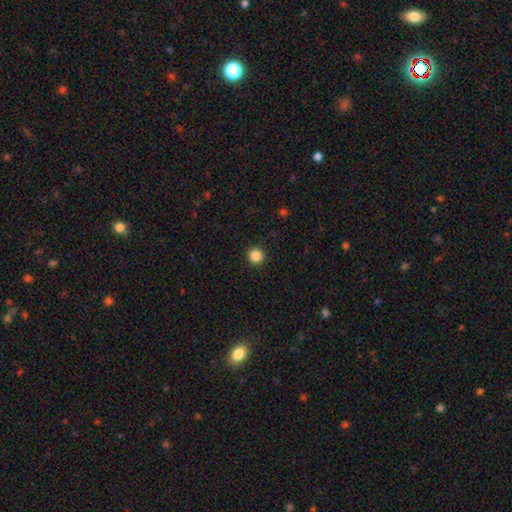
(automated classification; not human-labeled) Overall: smooth (85%). How rounded: round (95%). Merging: none (93%).